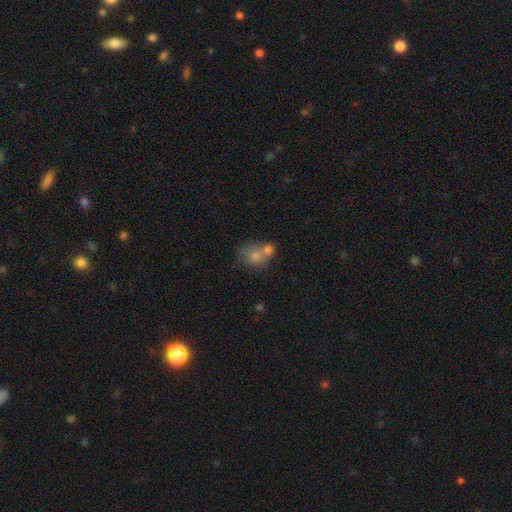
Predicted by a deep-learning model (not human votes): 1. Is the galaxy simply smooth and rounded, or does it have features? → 69% smooth, 18% featured or disk, 13% star or artifact.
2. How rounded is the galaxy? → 70% round, 29% in between, 1% cigar-shaped.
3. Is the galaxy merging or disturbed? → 57% merger, 30% none, 9% minor disturbance, 4% major disturbance.